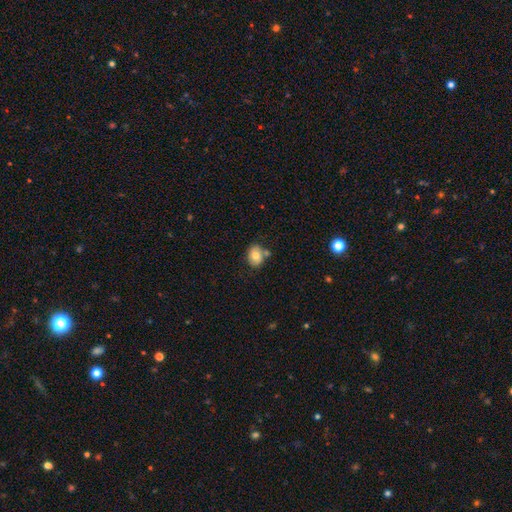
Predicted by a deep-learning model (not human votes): Q: Smooth or featured?
A: smooth (76%); runner-up: featured or disk (15%)
Q: How rounded?
A: in between (50%); runner-up: round (49%)
Q: Merging?
A: none (65%); runner-up: minor disturbance (16%)